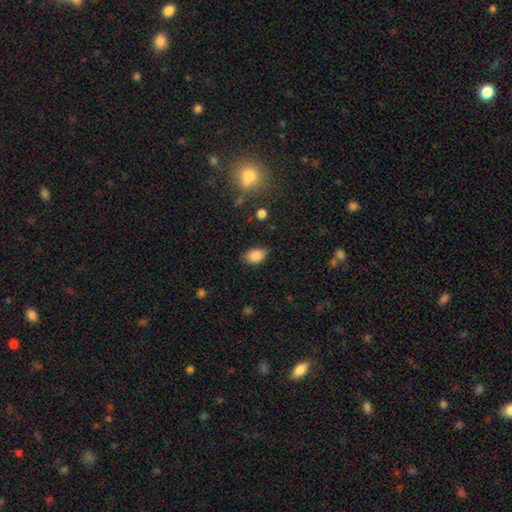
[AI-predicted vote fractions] This is clearly a smooth galaxy (86%). How rounded: clearly in between (85%). Merging: likely none (79%).